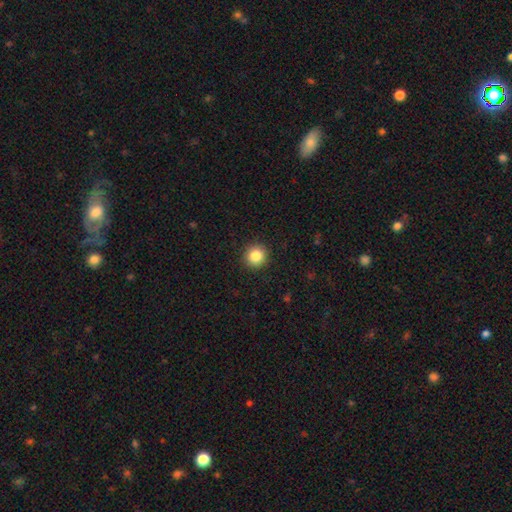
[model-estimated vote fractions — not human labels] This appears to be a smooth galaxy with no disk features (85%) that is round (94%). Merging: none (92%).